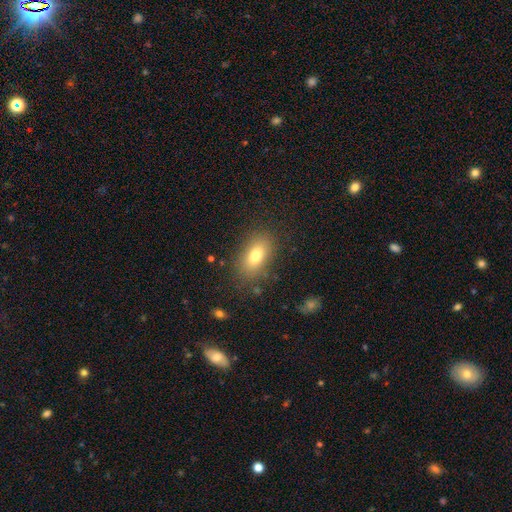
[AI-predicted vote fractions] This appears to be a smooth galaxy with no disk features (77%) that is in between round and cigar-shaped (87%). Merging: none (84%).